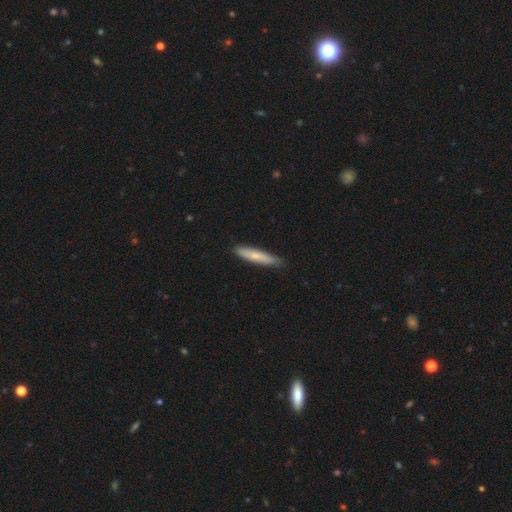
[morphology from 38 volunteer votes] type=smooth (74%); roundness=cigar-shaped (79%); merging=none (84%).